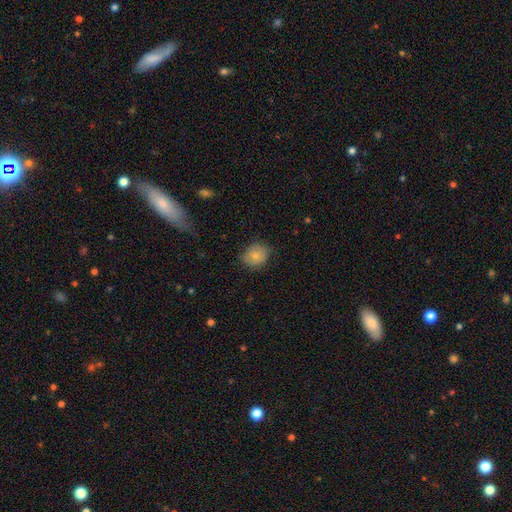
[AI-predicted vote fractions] Smooth or featured? Predicted: smooth (p=0.77). How rounded? Predicted: round (p=0.69). Merging? Predicted: none (p=0.75).